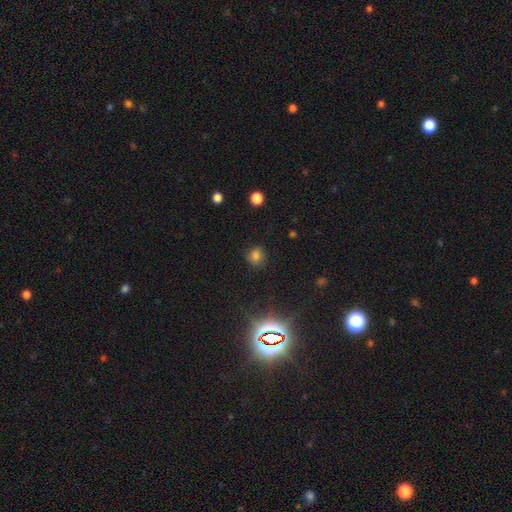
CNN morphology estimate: Smooth or featured: smooth — 74% (star or artifact — 19%)
How rounded: round — 78% (in between — 21%)
Merging: none — 80% (minor disturbance — 14%)